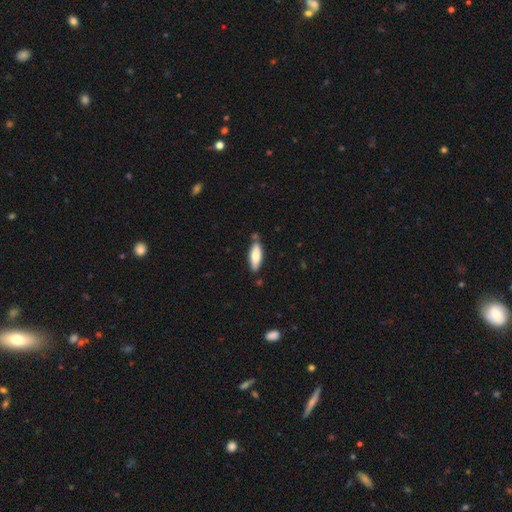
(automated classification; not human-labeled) Q: Smooth or featured?
A: smooth (74%); runner-up: featured or disk (21%)
Q: How rounded?
A: in between (60%); runner-up: cigar-shaped (38%)
Q: Merging?
A: none (79%); runner-up: minor disturbance (14%)